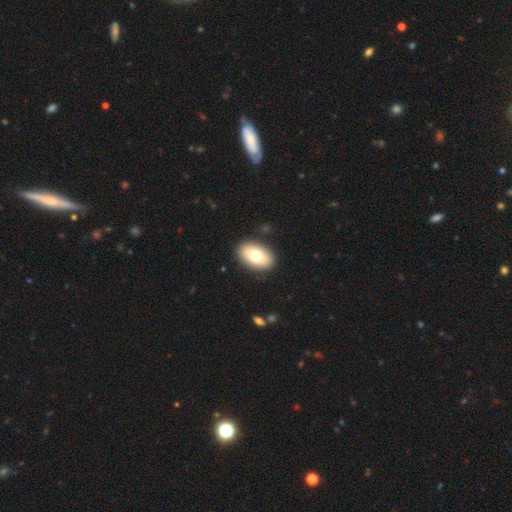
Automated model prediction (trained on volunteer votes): The model was most divided on "smooth or featured": smooth: 74%, featured or disk: 19%, star or artifact: 7%. More confident: how rounded — in between (91%); merging — none (89%).